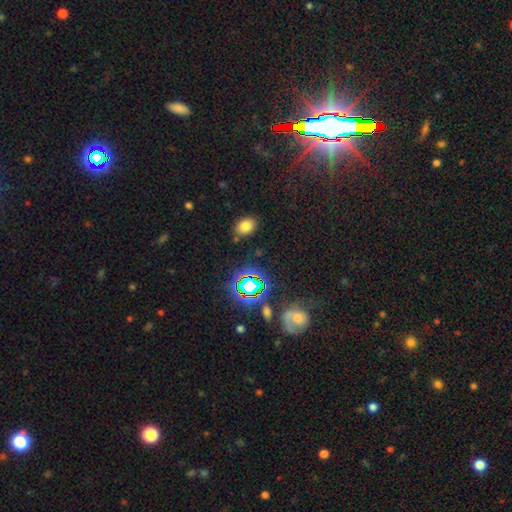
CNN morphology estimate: The model was most divided on "smooth or featured": star or artifact: 73%, smooth: 15%, featured or disk: 12%.